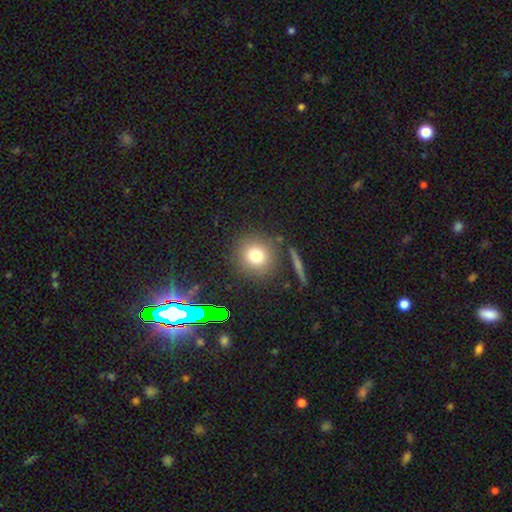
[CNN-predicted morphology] Q: Smooth or featured?
A: smooth (75%); runner-up: star or artifact (15%)
Q: How rounded?
A: round (91%); runner-up: in between (7%)
Q: Merging?
A: none (86%); runner-up: minor disturbance (7%)